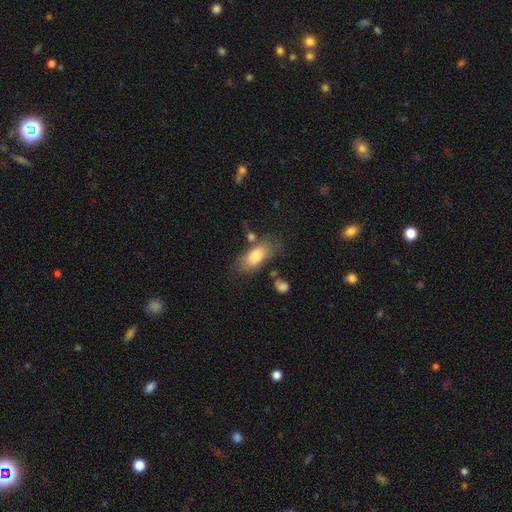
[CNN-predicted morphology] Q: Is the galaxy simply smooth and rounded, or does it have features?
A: smooth — 78%.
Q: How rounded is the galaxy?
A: in between — 87%.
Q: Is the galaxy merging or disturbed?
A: none — 65%.